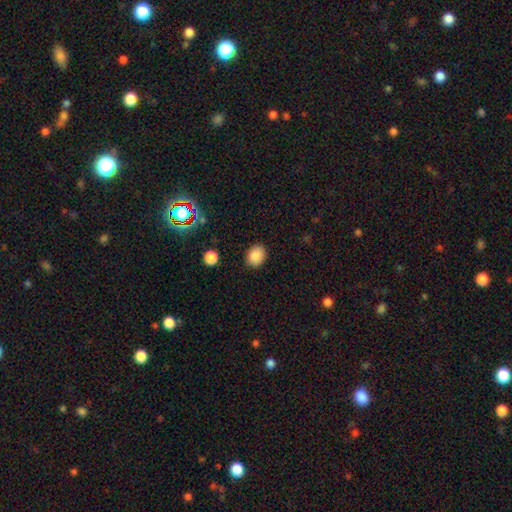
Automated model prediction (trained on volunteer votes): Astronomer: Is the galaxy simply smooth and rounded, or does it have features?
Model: smooth — 87%.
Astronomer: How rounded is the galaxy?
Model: in between — 55% (runner-up: round, 45%).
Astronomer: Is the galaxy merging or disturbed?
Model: none — 88%.